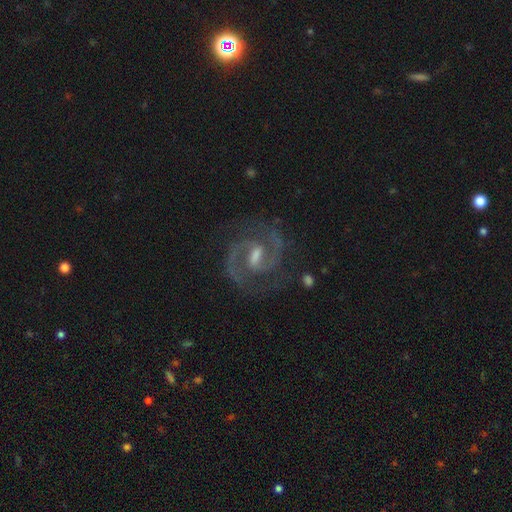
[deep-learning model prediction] Smooth or featured? featured or disk (92%)
Edge-on disk? no (98%)
Bar? weak (56%)
Spiral arms? yes (98%)
Spiral winding? medium (64%)
Spiral arm count? 2 (92%)
Bulge size? moderate (46%)
Merging? none (80%)